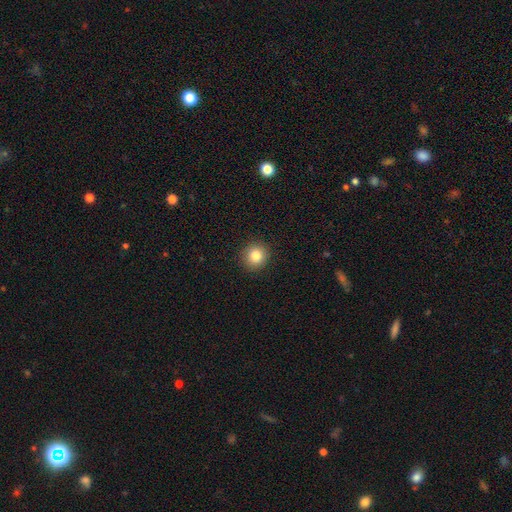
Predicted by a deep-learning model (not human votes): This is clearly a smooth galaxy (83%). How rounded: clearly round (92%). Merging: clearly none (92%).